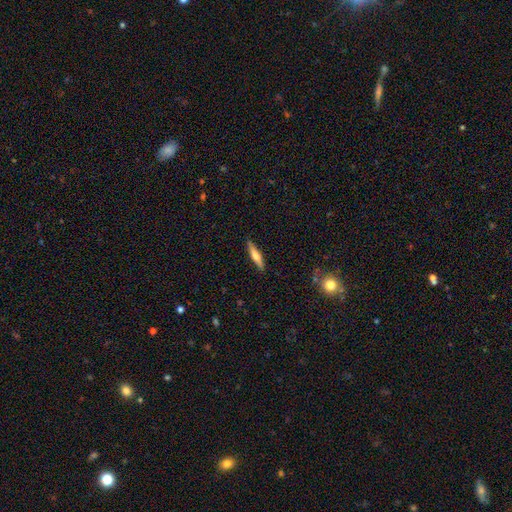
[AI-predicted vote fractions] Smooth or featured? Predicted: smooth (p=0.55). How rounded? Predicted: cigar-shaped (p=0.83). Merging? Predicted: none (p=0.89).